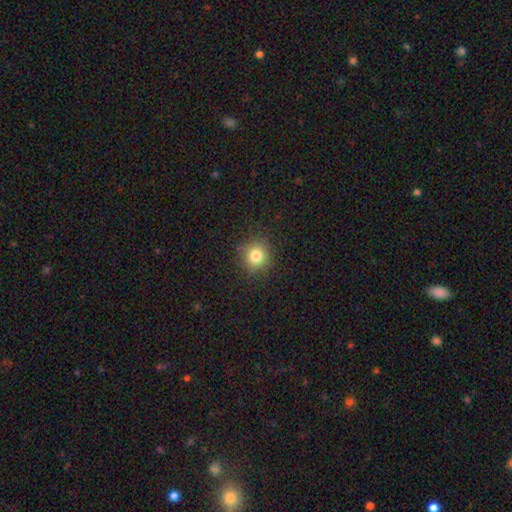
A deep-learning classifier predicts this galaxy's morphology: A smooth galaxy with no disk features (80%) that is round (91%). Merging: none (88%).